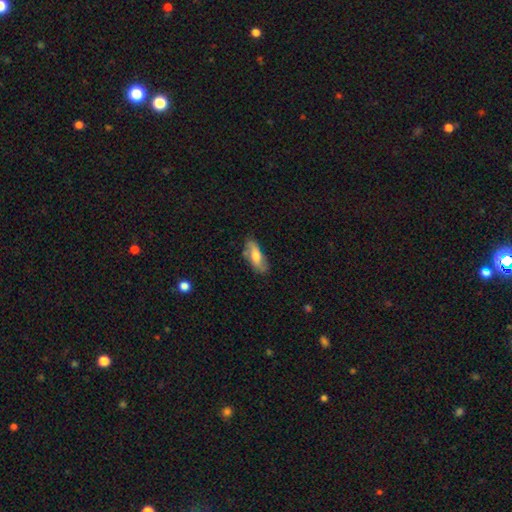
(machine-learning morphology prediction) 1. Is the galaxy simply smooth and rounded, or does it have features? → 50% smooth, 43% featured or disk, 7% star or artifact.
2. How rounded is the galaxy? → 73% in between, 24% cigar-shaped, 3% round.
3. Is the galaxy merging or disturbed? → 72% none, 21% minor disturbance, 5% major disturbance, 2% merger.